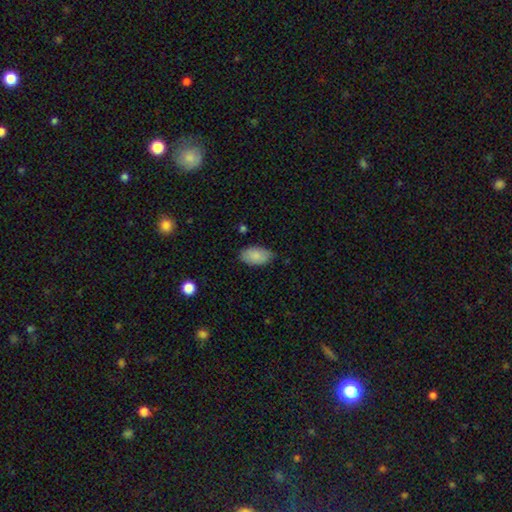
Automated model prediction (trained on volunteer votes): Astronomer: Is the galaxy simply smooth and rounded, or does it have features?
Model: smooth — 86%.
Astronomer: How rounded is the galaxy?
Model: in between — 94%.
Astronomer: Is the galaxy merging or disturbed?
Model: none — 74%.